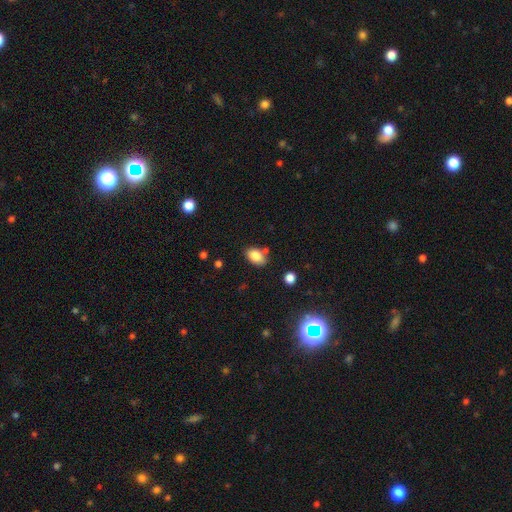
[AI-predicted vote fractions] The model was most divided on "merging": none: 74%, minor disturbance: 15%, merger: 8%, major disturbance: 3%. More confident: how rounded — in between (88%); smooth or featured — smooth (83%).